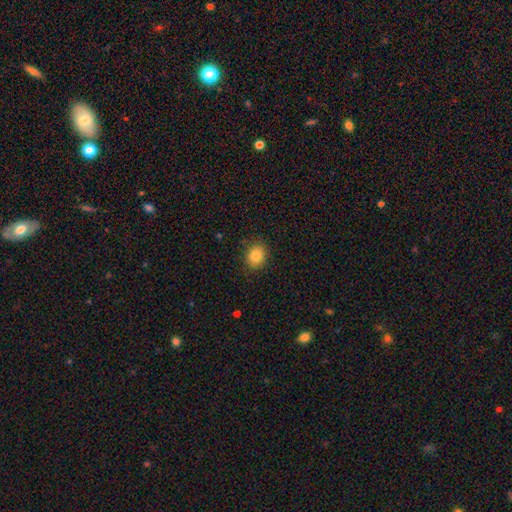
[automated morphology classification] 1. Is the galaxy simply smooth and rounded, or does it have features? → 84% smooth, 10% star or artifact, 7% featured or disk.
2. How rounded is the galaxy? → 63% round, 36% in between, 1% cigar-shaped.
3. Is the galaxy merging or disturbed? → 87% none, 9% minor disturbance, 2% major disturbance, 1% merger.